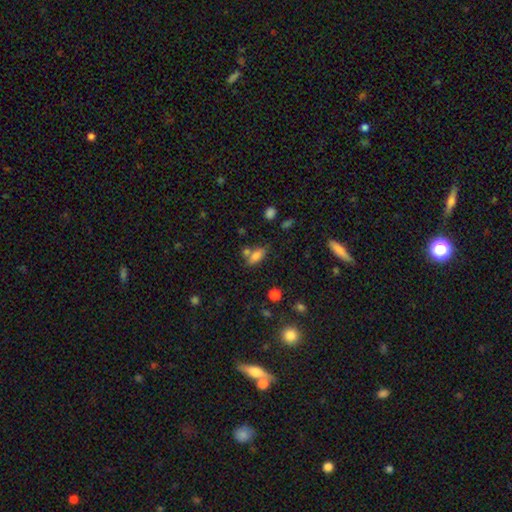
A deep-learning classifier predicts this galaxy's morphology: Overall: smooth (79%). How rounded: in between (82%). Merging: none (53%; merger 26%).